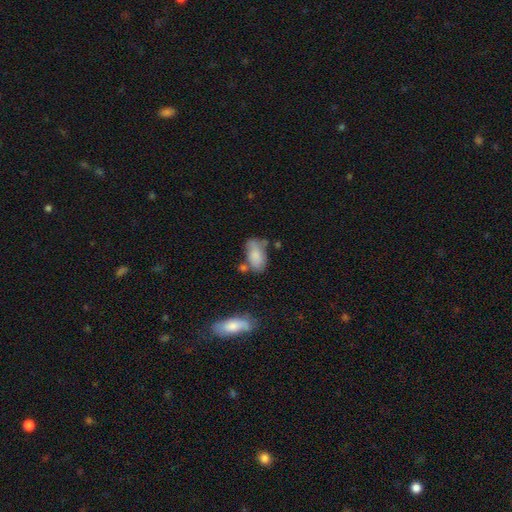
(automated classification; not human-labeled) Smooth or featured?
  - smooth: 78% *
  - featured or disk: 13%
  - star or artifact: 8%
How rounded?
  - in between: 92% *
  - round: 4%
  - cigar-shaped: 4%
Merging?
  - none: 43% *
  - minor disturbance: 29%
  - merger: 15%
  - major disturbance: 13%